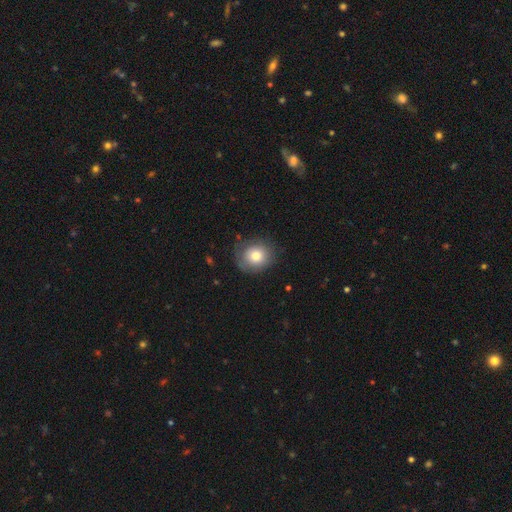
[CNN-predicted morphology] Smooth or featured: smooth — 78% (featured or disk — 14%)
How rounded: round — 79% (in between — 20%)
Merging: none — 76% (minor disturbance — 18%)